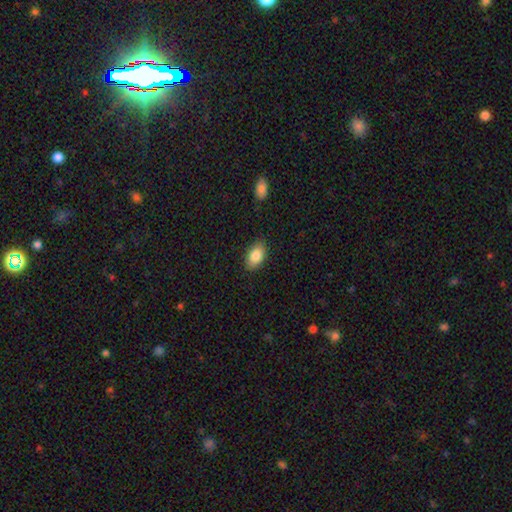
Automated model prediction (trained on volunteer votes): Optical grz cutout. It shows a smooth galaxy with no disk features (84%) that is in between round and cigar-shaped (92%). Merging: none (86%).